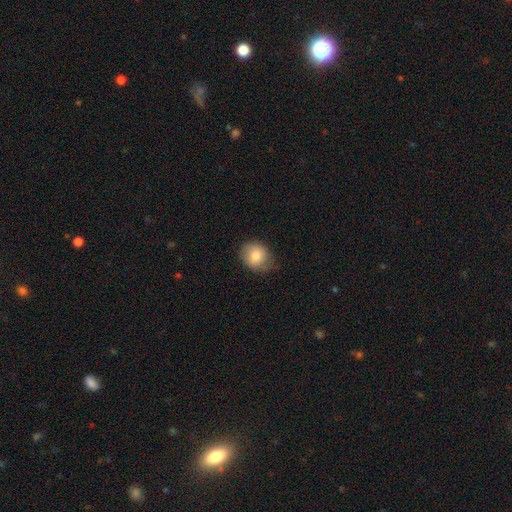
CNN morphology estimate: Q: Smooth or featured?
A: smooth (78%); runner-up: featured or disk (13%)
Q: How rounded?
A: round (66%); runner-up: in between (33%)
Q: Merging?
A: none (67%); runner-up: minor disturbance (26%)